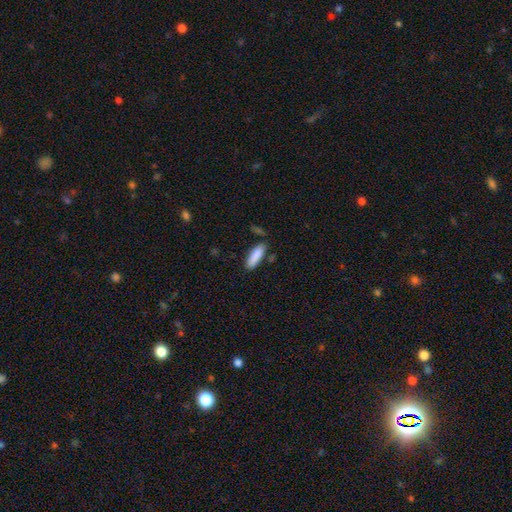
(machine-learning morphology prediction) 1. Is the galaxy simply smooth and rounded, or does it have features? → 87% smooth, 6% featured or disk, 6% star or artifact.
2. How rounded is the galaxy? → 51% cigar-shaped, 48% in between, 1% round.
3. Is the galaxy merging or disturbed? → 78% none, 15% minor disturbance, 5% merger, 3% major disturbance.